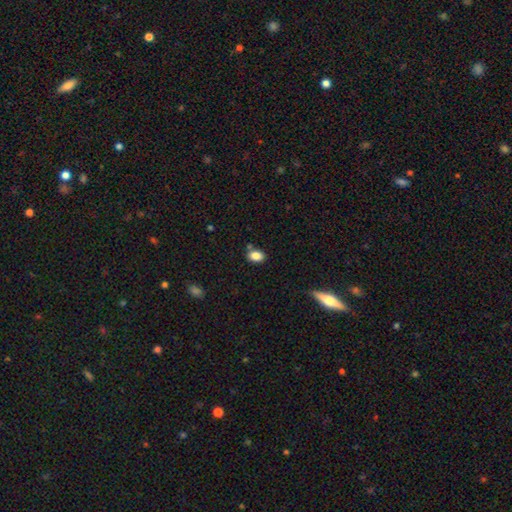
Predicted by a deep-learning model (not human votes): Morphology: type=smooth (85%); roundness=in between (81%); merging=none (74%).